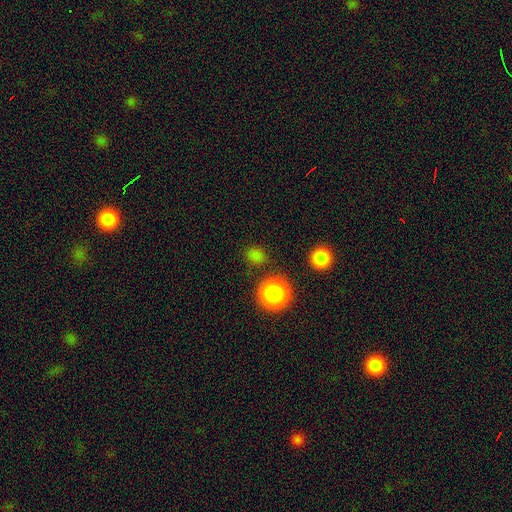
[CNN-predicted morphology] Overall: smooth (78%). How rounded: round (84%). Merging: none (80%).